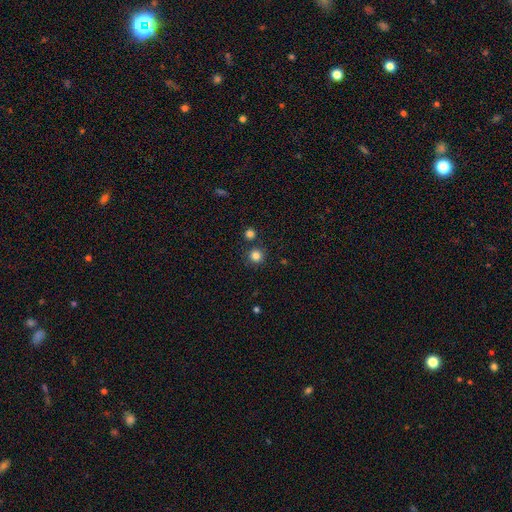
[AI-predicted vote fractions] smooth_or_featured: smooth (p=0.82) [alt: star or artifact p=0.13]
how_rounded: round (p=0.95) [alt: in between p=0.04]
merging: none (p=0.84) [alt: merger p=0.07]